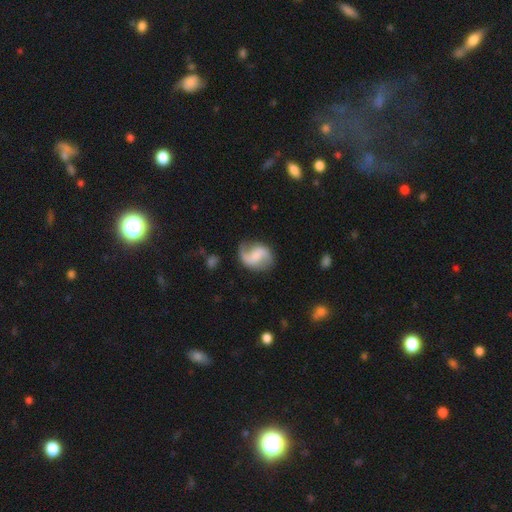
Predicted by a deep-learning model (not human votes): A featured or disk galaxy (74%) with a weak bar (46%), 2 (83%) loose (55%) spiral arms (94%) and a small central bulge (33%, tied with none). Merging: none (68%).